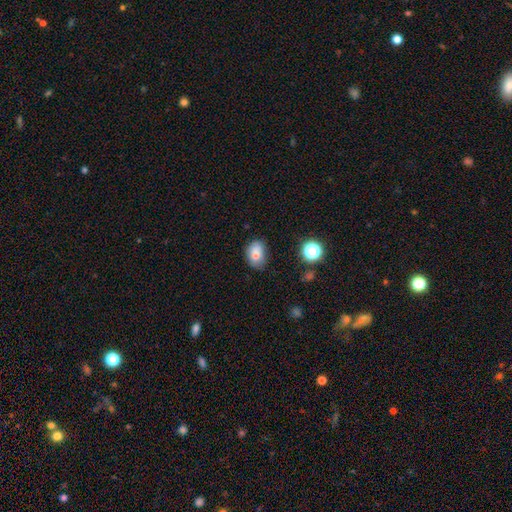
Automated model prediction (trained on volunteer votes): The model was most divided on "merging": none: 68%, minor disturbance: 24%, major disturbance: 5%, merger: 3%. More confident: smooth or featured — smooth (77%); how rounded — in between (75%).